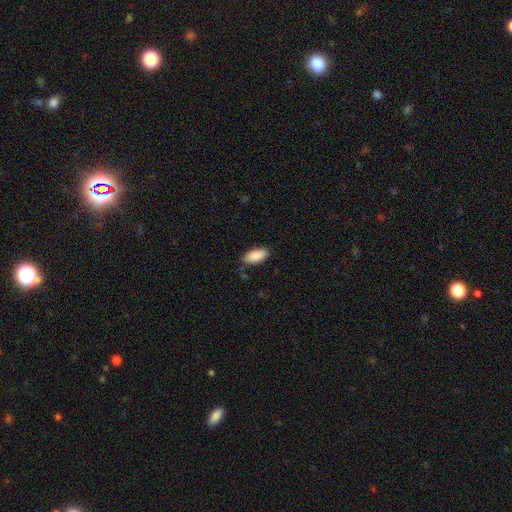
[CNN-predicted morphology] Smooth or featured: smooth — 90% (star or artifact — 6%)
How rounded: in between — 90% (cigar-shaped — 8%)
Merging: none — 81% (minor disturbance — 14%)